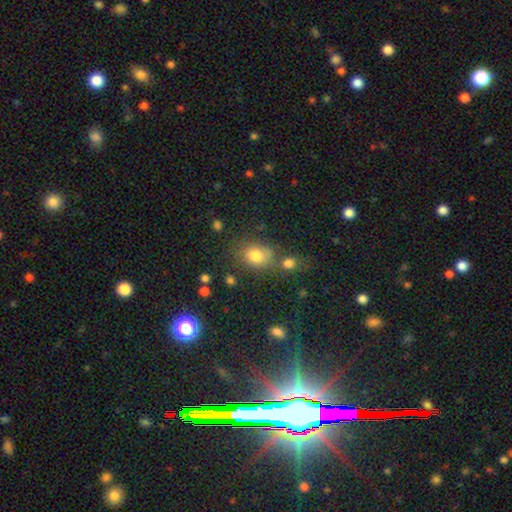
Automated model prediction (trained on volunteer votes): Smooth or featured: smooth — 78% (star or artifact — 13%)
How rounded: round — 50% (in between — 48%)
Merging: none — 60% (minor disturbance — 17%)